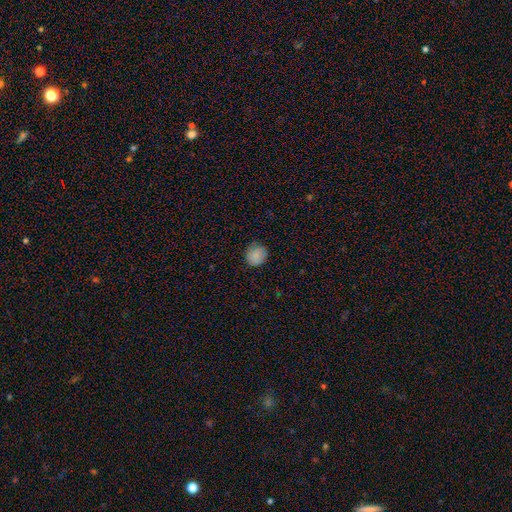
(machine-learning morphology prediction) This appears to be a smooth galaxy with no disk features (85%) that is round (85%). Merging: none (79%).